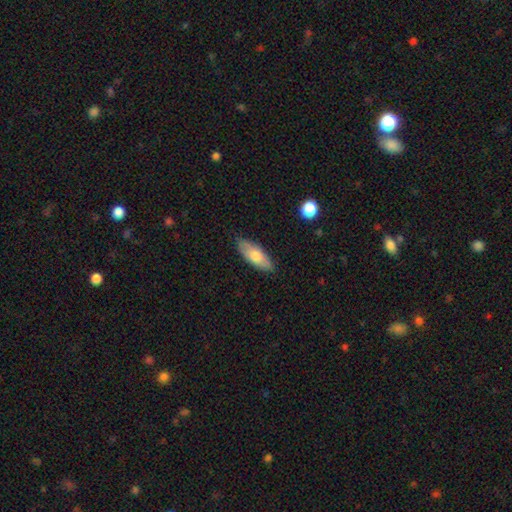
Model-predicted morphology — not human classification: type=smooth (69%); roundness=in between (77%); merging=none (83%).